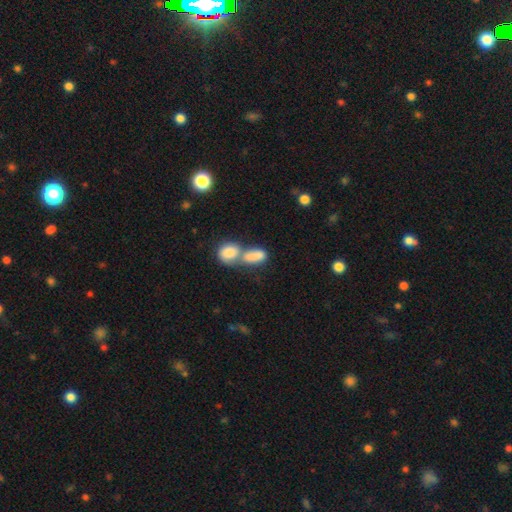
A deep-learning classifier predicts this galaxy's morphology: A smooth galaxy with no disk features (83%) that is in between round and cigar-shaped (81%). Merging: merger (70%).